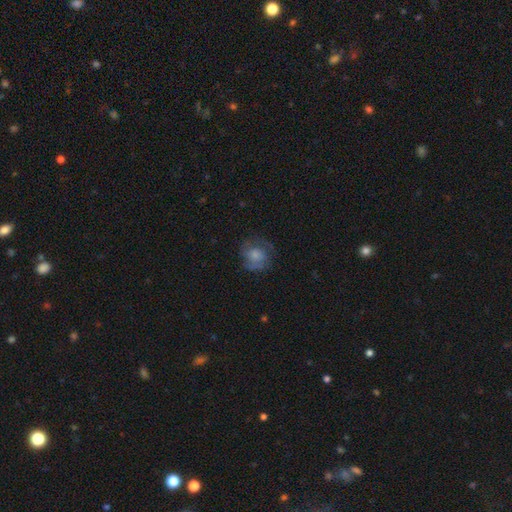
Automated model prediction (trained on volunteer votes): smooth-or-featured: smooth: 52% | featured or disk: 38% | star or artifact: 9%
  how-rounded: round: 75% | in between: 24% | cigar-shaped: 1%
  merging: none: 60% | minor disturbance: 22% | major disturbance: 16% | merger: 1%